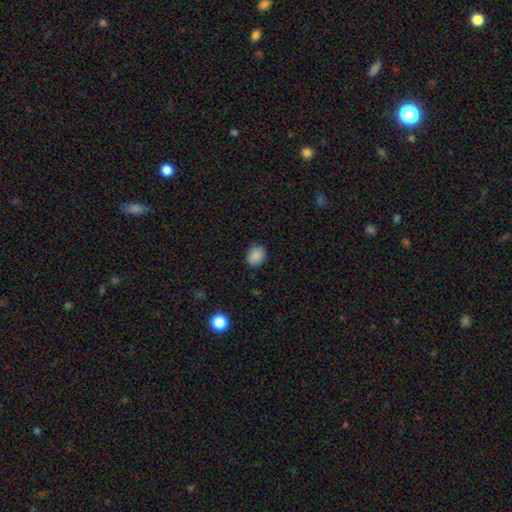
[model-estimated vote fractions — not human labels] smooth-or-featured: smooth: 88% | star or artifact: 9% | featured or disk: 3%
  how-rounded: in between: 50% | round: 49% | cigar-shaped: 1%
  merging: none: 83% | minor disturbance: 13% | major disturbance: 3% | merger: 1%